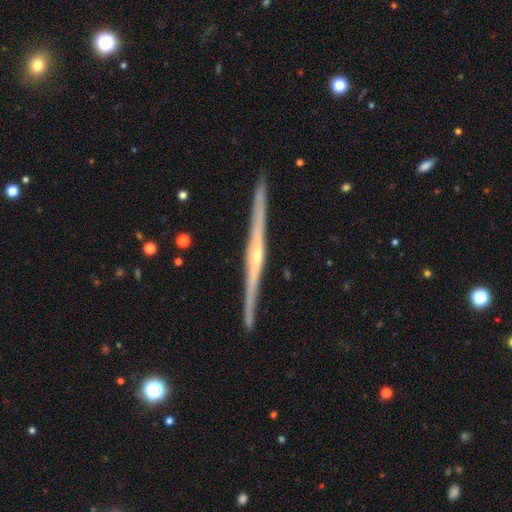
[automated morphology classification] Overall: featured or disk (85%). Edge-on disk: yes (98%). Edge-on bulge: rounded (67%). Merging: none (92%).